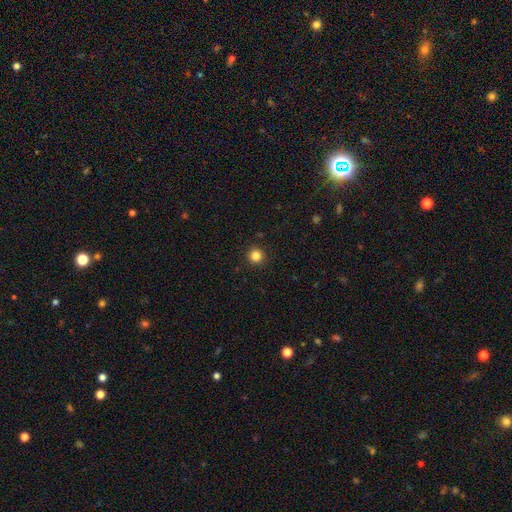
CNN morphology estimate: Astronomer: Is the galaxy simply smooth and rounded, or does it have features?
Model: smooth — 84%.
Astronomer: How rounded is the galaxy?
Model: round — 95%.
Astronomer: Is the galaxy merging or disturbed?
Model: none — 92%.